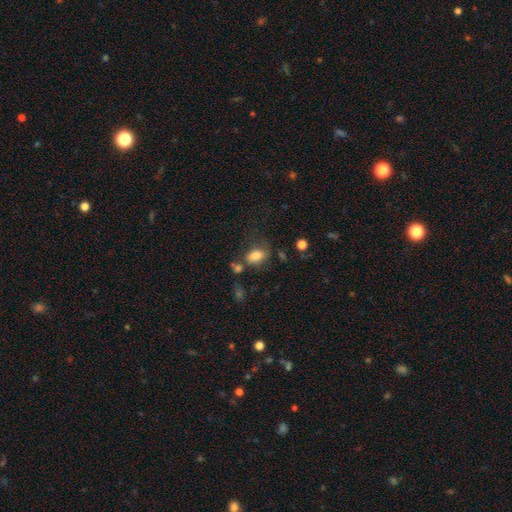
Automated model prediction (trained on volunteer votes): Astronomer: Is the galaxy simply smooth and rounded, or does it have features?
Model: smooth — 80%.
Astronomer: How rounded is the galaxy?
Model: in between — 82%.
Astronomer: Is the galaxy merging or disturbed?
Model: none — 51%.